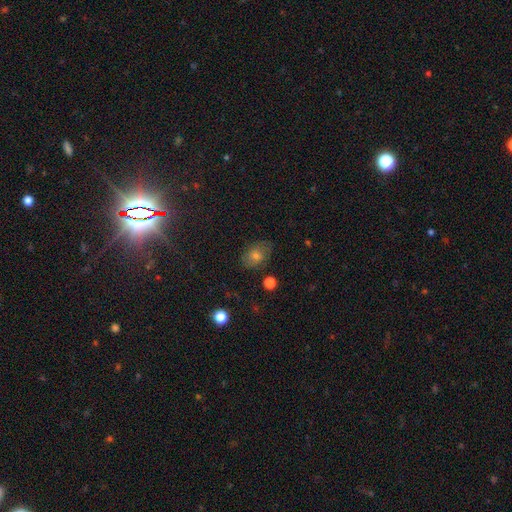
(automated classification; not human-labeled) Q: Smooth or featured?
A: smooth (62%); runner-up: star or artifact (21%)
Q: How rounded?
A: in between (72%); runner-up: round (26%)
Q: Merging?
A: none (77%); runner-up: minor disturbance (17%)